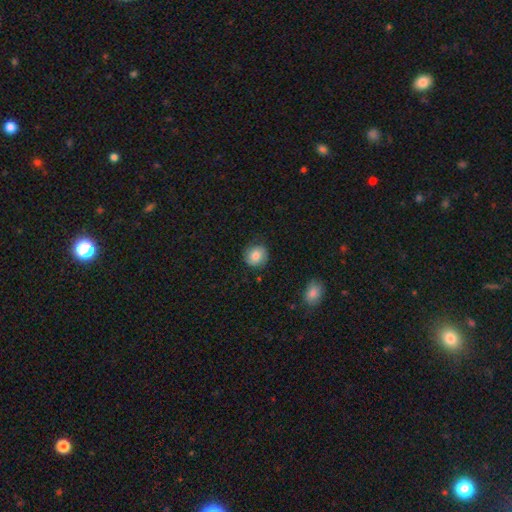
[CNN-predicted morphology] This appears to be a smooth galaxy with no disk features (73%) that is round (84%). Merging: none (77%).